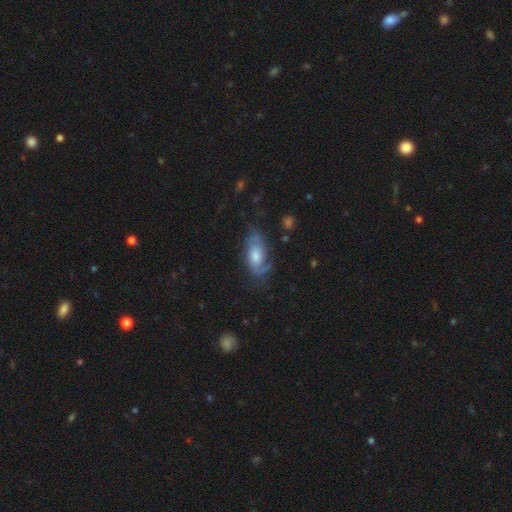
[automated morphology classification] smooth-or-featured: featured or disk: 60% | smooth: 32% | star or artifact: 9%
  disk-edge-on: no: 90% | yes: 10%
    bar: no: 70% | weak: 25% | strong: 5%
    has-spiral-arms: yes: 85% | no: 15%
    bulge-size: moderate: 55% | small: 22% | large: 17% | none: 4% | dominant: 2%
  merging: none: 58% | minor disturbance: 24% | major disturbance: 16% | merger: 2%